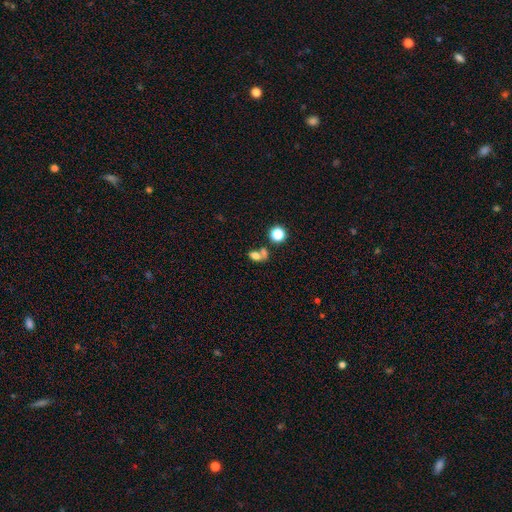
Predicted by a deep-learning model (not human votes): A smooth galaxy with no disk features (68%) that is in between round and cigar-shaped (72%).

Vote fractions:
- Smooth or featured? smooth: 68% / featured or disk: 18% / star or artifact: 15%
- How rounded? in between: 72% / round: 24% / cigar-shaped: 4%
- Merging? merger: 44% / none: 33% / minor disturbance: 12% / major disturbance: 11%